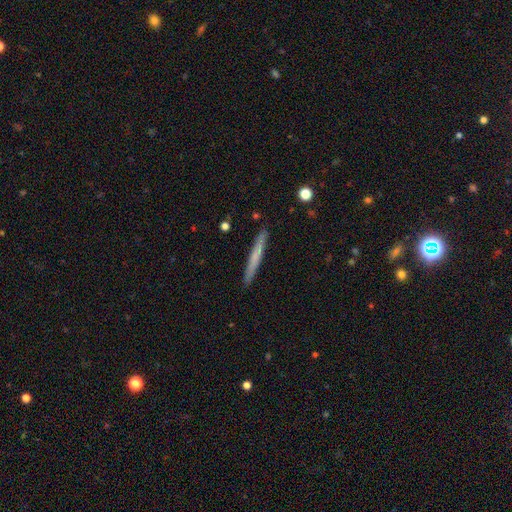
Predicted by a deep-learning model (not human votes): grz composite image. It shows a smooth galaxy with no disk features (60%) that is cigar-shaped (97%). Merging: none (91%).